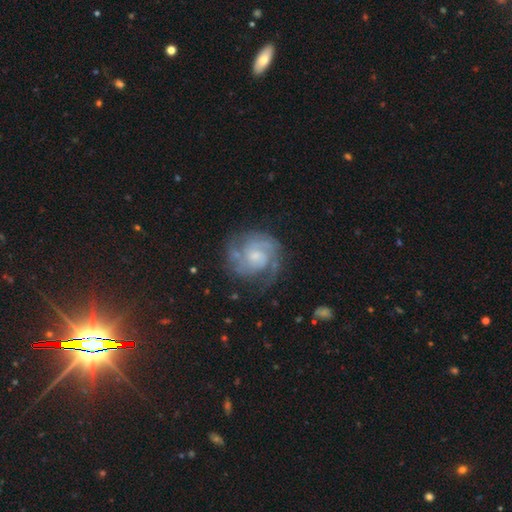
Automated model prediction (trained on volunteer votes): smooth-or-featured: featured or disk: 86% | smooth: 8% | star or artifact: 5%
  disk-edge-on: no: 98% | yes: 2%
    bar: no: 58% | weak: 36% | strong: 6%
    has-spiral-arms: yes: 97% | no: 3%
      spiral-winding: tight: 58% | medium: 35% | loose: 7%
      spiral-arm-count: 2: 53% | 3: 18% | can't tell: 16% | 1: 5% | 4: 4% | more than 4: 4%
    bulge-size: small: 55% | moderate: 31% | none: 10% | large: 3% | dominant: 1%
  merging: none: 68% | minor disturbance: 18% | major disturbance: 10% | merger: 3%